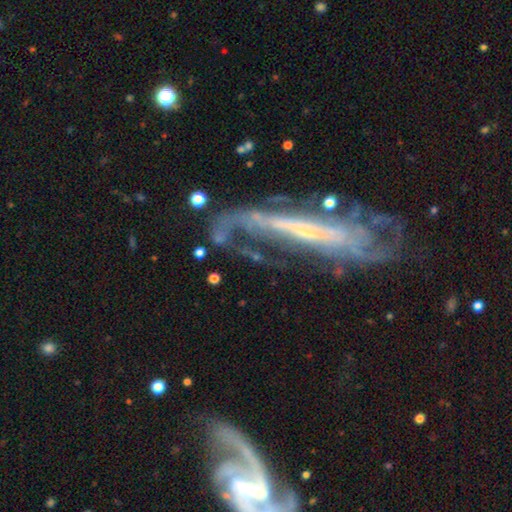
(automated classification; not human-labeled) Morphology: type=featured or disk (76%); edge-on=no (63%); merging=none (43%).